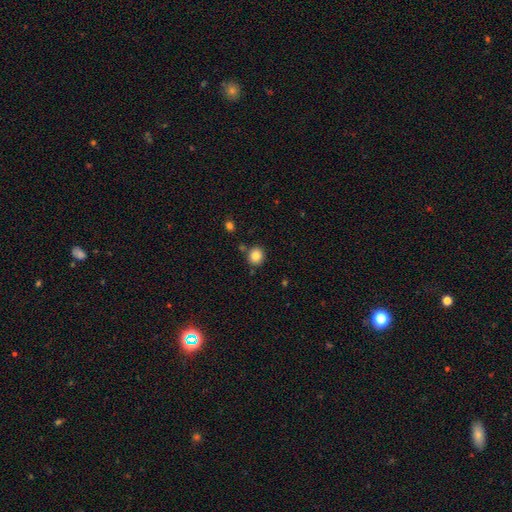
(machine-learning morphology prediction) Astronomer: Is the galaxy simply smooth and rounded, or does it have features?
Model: smooth — 85%.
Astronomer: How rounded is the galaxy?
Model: round — 83%.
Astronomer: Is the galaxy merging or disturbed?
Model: none — 83%.